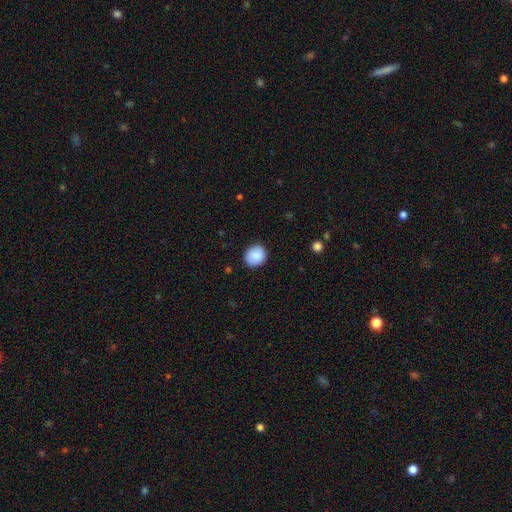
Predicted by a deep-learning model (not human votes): Smooth or featured? Predicted: smooth (p=0.87). How rounded? Predicted: round (p=0.75). Merging? Predicted: none (p=0.86).